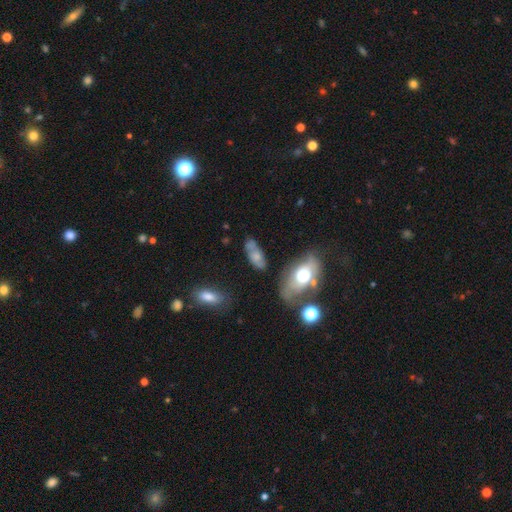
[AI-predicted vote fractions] smooth-or-featured: smooth: 46% | featured or disk: 44% | star or artifact: 10%
  merging: none: 61% | minor disturbance: 23% | major disturbance: 9% | merger: 7%